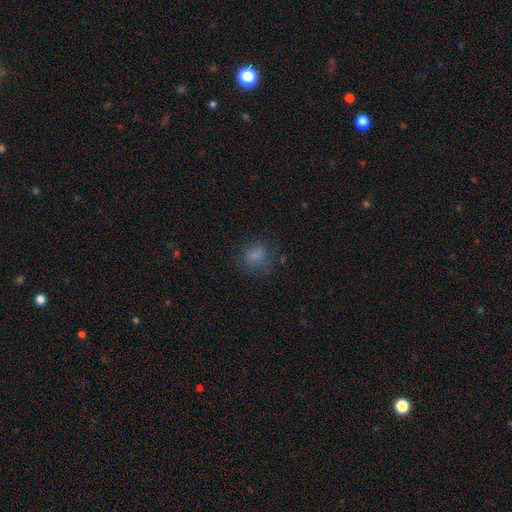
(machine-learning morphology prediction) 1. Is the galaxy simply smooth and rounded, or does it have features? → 74% smooth, 14% star or artifact, 12% featured or disk.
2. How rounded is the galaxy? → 71% round, 28% in between, 1% cigar-shaped.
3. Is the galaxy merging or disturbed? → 63% none, 21% minor disturbance, 14% major disturbance, 2% merger.